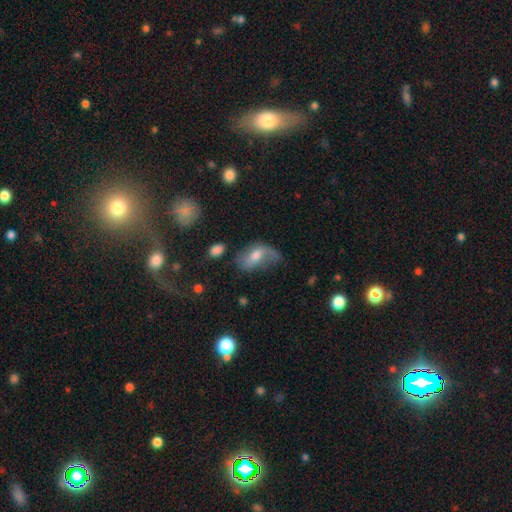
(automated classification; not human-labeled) This is possibly a featured or disk galaxy (50%). It is clearly not viewed edge-on (92%). Merging: marginally none (40%).